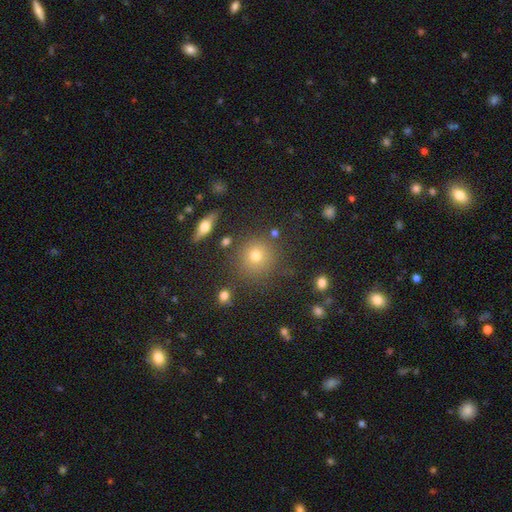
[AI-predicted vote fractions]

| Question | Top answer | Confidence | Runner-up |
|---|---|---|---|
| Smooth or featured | smooth | 71% | star or artifact (16%) |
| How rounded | round | 92% | in between (7%) |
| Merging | none | 82% | minor disturbance (9%) |